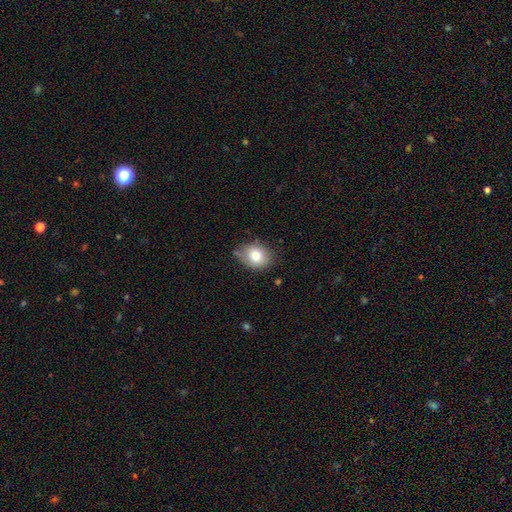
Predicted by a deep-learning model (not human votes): Overall: smooth (78%). How rounded: in between (52%; round 47%). Merging: none (69%).